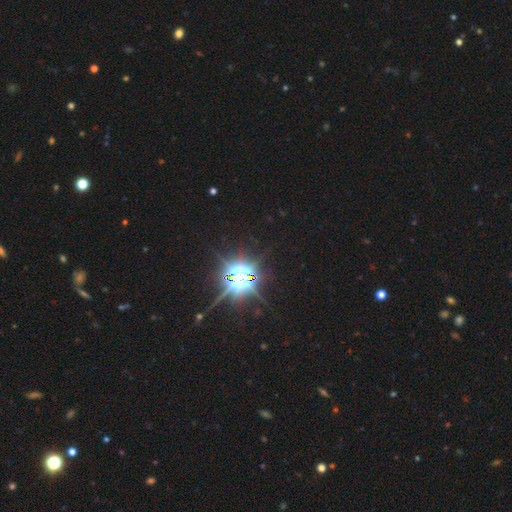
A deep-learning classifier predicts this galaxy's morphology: A star or artifact, not a galaxy (87%).